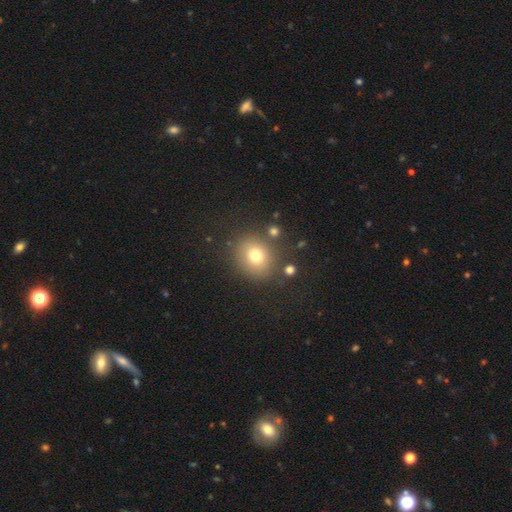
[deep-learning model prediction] smooth-or-featured: smooth: 74% | star or artifact: 15% | featured or disk: 11%
  how-rounded: round: 80% | in between: 19% | cigar-shaped: 1%
  merging: none: 81% | minor disturbance: 10% | merger: 5% | major disturbance: 4%